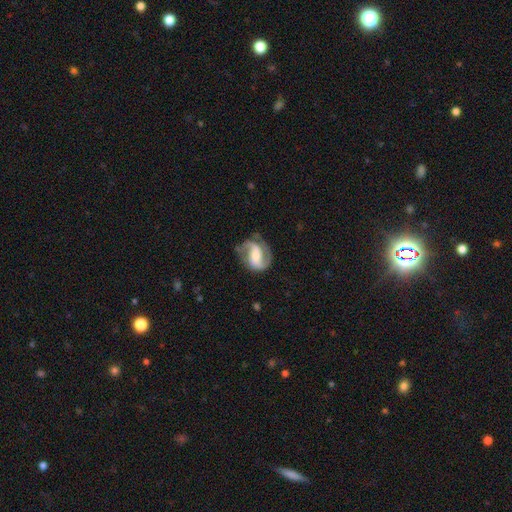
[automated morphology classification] This is clearly a featured or disk galaxy (82%). It is clearly not viewed edge-on (98%). Bar: marginally weak (39%). Spiral arm pattern: clearly yes (94%). Spiral arm count: clearly 2 (87%). Spiral winding: possibly medium (50%). Central bulge: marginally moderate (35%). Merging: likely none (66%).